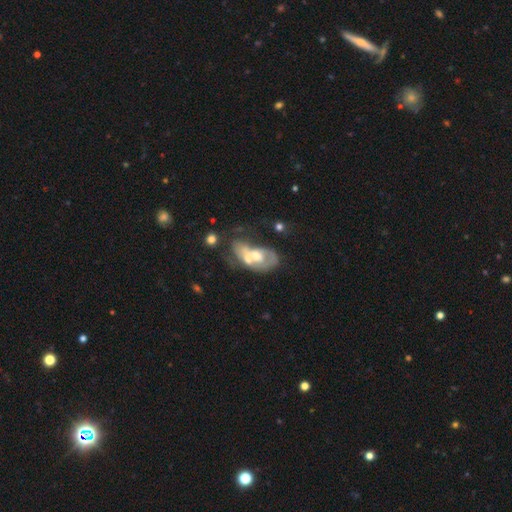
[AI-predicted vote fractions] This is possibly a featured or disk galaxy (56%). It is clearly not viewed edge-on (95%). Bar: clearly no (83%). Spiral arm pattern: likely no (77%). Central bulge: likely moderate (65%). Merging: possibly merger (58%).